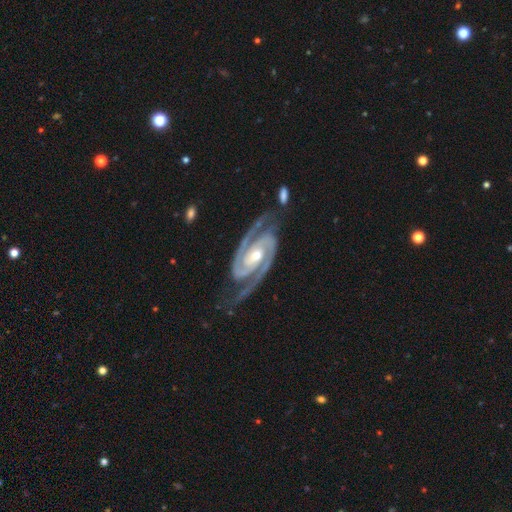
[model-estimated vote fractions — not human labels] Smooth or featured: featured or disk — 94% (star or artifact — 4%)
Edge-on disk: no — 97% (yes — 3%)
Bar: no — 43% (weak — 28%)
Spiral arms: yes — 99% (no — 1%)
Spiral winding: tight — 57% (medium — 38%)
Spiral arm count: 2 — 93% (3 — 2%)
Bulge size: small — 52% (moderate — 44%)
Merging: none — 77% (minor disturbance — 15%)